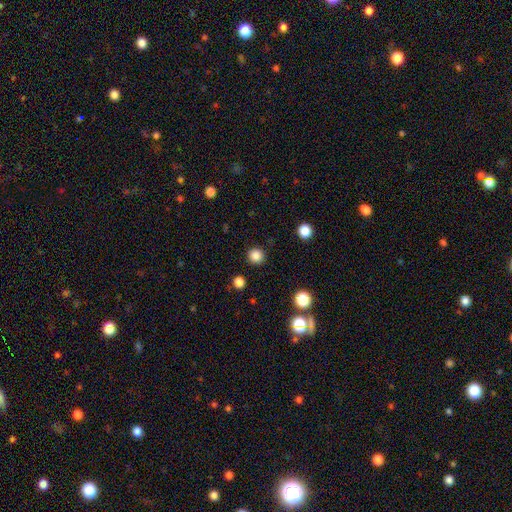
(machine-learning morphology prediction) Smooth or featured?
  - smooth: 85% *
  - star or artifact: 12%
  - featured or disk: 3%
How rounded?
  - round: 94% *
  - in between: 5%
  - cigar-shaped: 1%
Merging?
  - none: 91% *
  - minor disturbance: 5%
  - major disturbance: 2%
  - merger: 1%